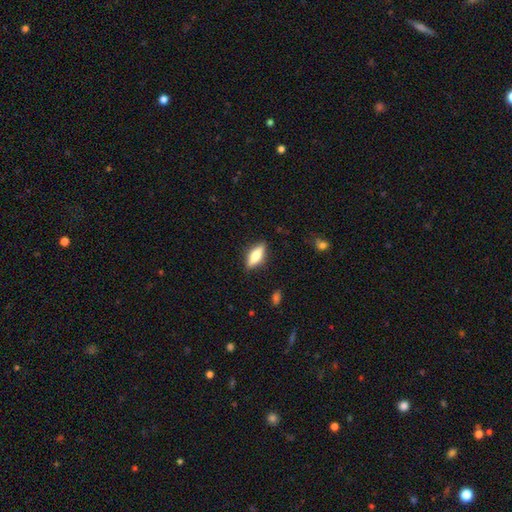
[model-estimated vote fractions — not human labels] A smooth galaxy with no disk features (58%) that is in between round and cigar-shaped (60%). Merging: none (85%).